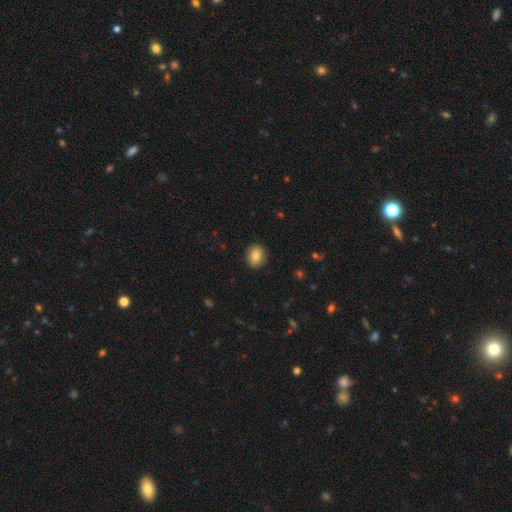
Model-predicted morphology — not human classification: Smooth or featured? Predicted: smooth (p=0.83). How rounded? Predicted: in between (p=0.55). Merging? Predicted: none (p=0.90).